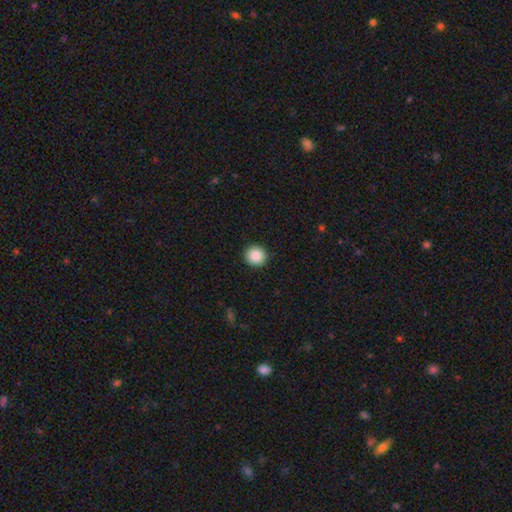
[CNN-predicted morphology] This appears to be a smooth galaxy with no disk features (87%) that is round (94%). Merging: none (93%).